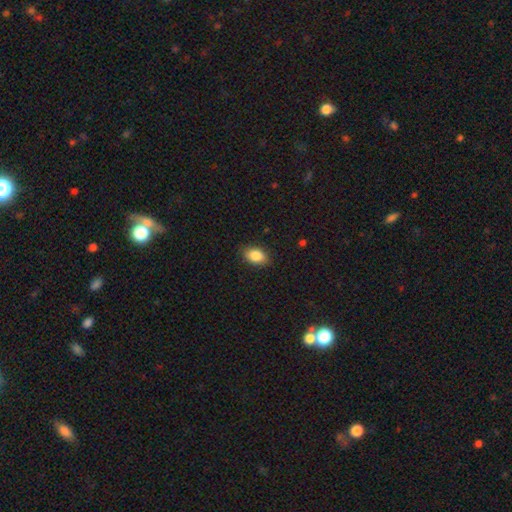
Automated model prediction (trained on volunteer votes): This appears to be a smooth galaxy with no disk features (86%) that is in between round and cigar-shaped (84%). Merging: none (86%).